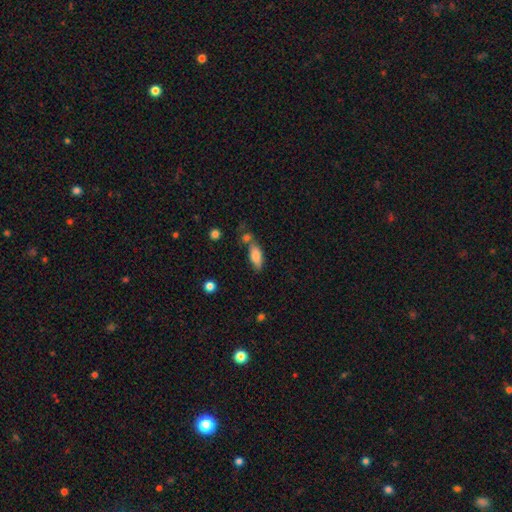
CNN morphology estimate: This appears to be a smooth galaxy with no disk features (80%) that is in between round and cigar-shaped (79%). Merging: none (52%).